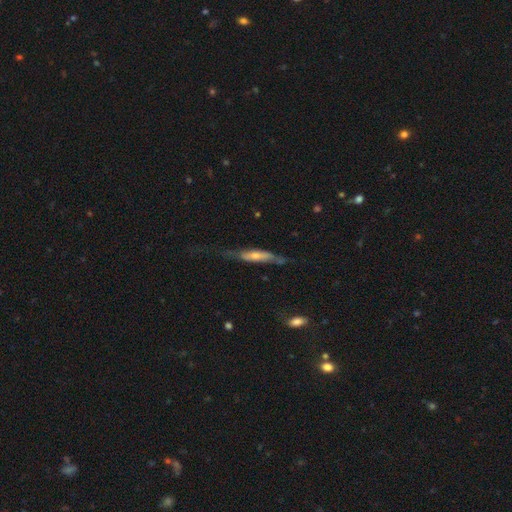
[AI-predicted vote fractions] Morphology: type=featured or disk (53%); edge-on=yes (69%); merging=none (49%).